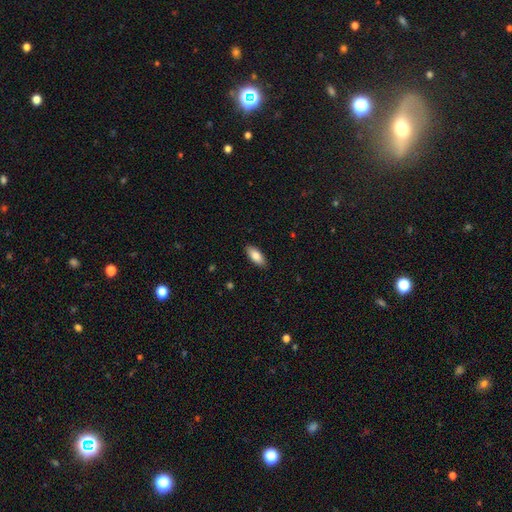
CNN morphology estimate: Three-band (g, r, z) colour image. It shows a smooth galaxy with no disk features (82%) that is in between round and cigar-shaped (84%). Merging: none (89%).